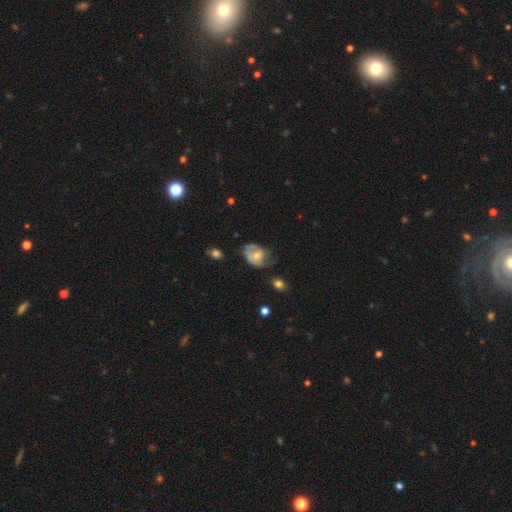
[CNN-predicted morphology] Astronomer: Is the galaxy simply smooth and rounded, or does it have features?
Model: featured or disk — 52% (runner-up: smooth, 40%).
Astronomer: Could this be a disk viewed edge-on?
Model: no — 96%.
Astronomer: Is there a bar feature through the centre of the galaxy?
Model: no — 76%.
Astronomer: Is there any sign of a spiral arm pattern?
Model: yes — 55% (runner-up: no, 45%).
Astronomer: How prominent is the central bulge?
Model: moderate — 46% (runner-up: small, 44%).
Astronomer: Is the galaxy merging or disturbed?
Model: none — 36% (runner-up: minor disturbance, 34%).